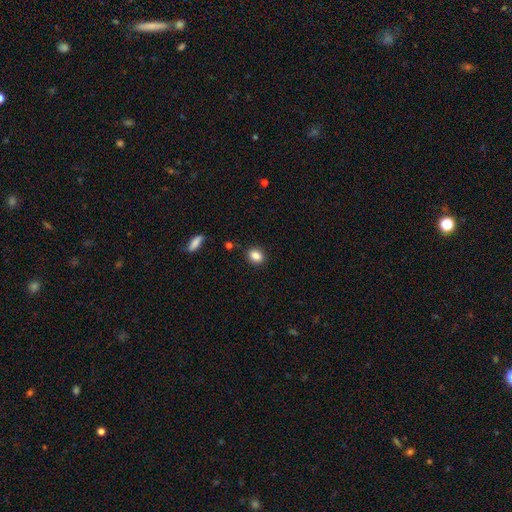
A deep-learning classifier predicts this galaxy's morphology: type=smooth (86%); roundness=in between (51%); merging=none (88%).